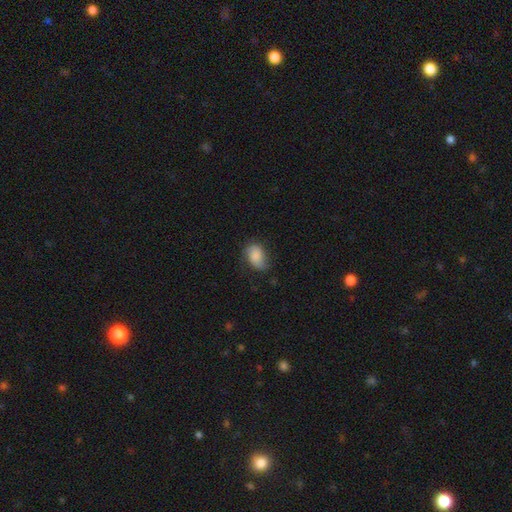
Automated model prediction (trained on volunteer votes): Smooth or featured? smooth (73%)
How rounded? in between (83%)
Merging? none (55%)